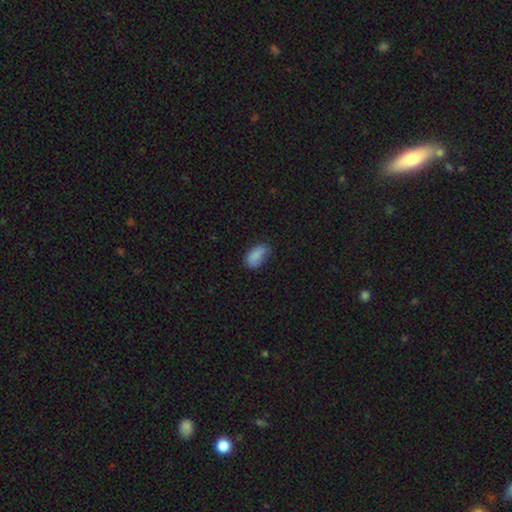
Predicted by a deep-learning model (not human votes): Morphology: type=smooth (85%); roundness=in between (91%); merging=none (61%).